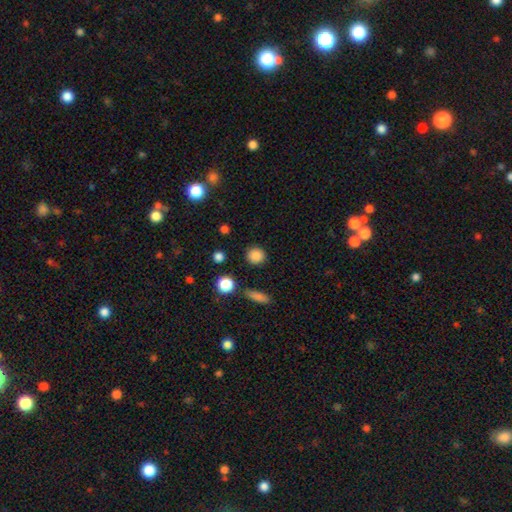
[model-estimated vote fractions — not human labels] Smooth or featured: smooth — 85% (star or artifact — 11%)
How rounded: round — 88% (in between — 10%)
Merging: none — 88% (minor disturbance — 7%)